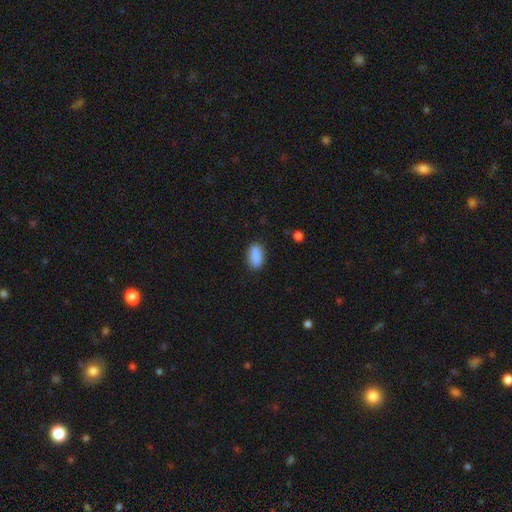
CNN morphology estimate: Q: Smooth or featured?
A: smooth (89%); runner-up: star or artifact (8%)
Q: How rounded?
A: in between (91%); runner-up: round (5%)
Q: Merging?
A: none (85%); runner-up: minor disturbance (11%)